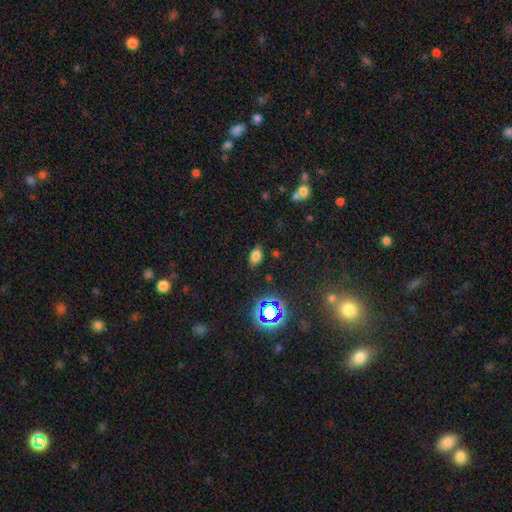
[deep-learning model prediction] Morphology: type=smooth (73%); roundness=in between (87%); merging=none (82%).